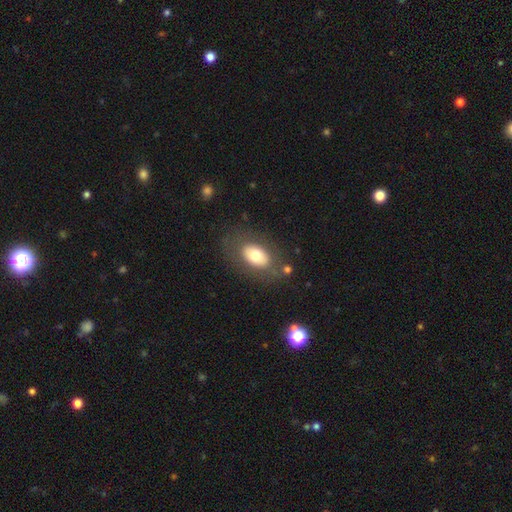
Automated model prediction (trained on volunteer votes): A smooth galaxy with no disk features (69%) that is in between round and cigar-shaped (90%). Merging: none (76%).